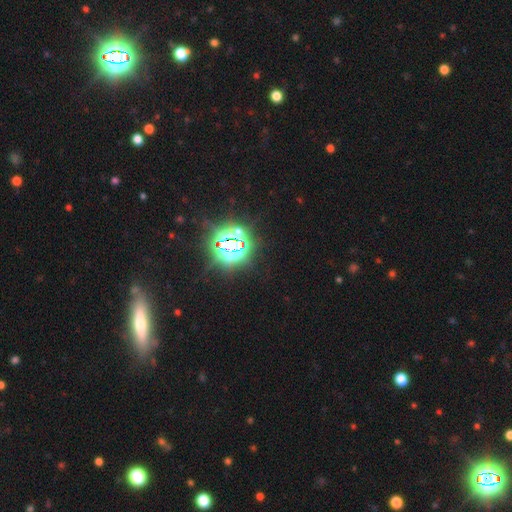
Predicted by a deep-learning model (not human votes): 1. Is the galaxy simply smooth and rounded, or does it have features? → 76% star or artifact, 14% smooth, 11% featured or disk.